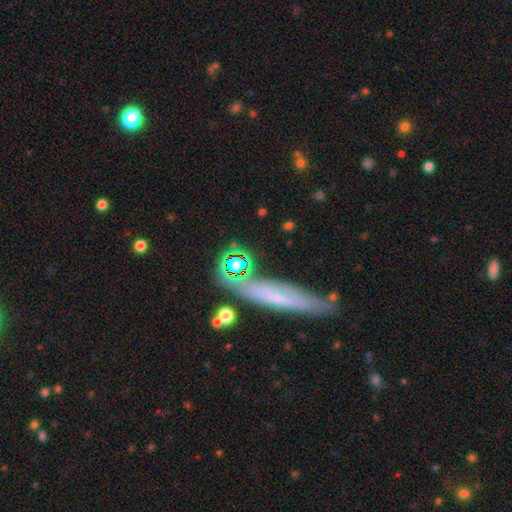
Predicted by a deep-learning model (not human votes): Smooth or featured? featured or disk (42%)
Merging? none (70%)